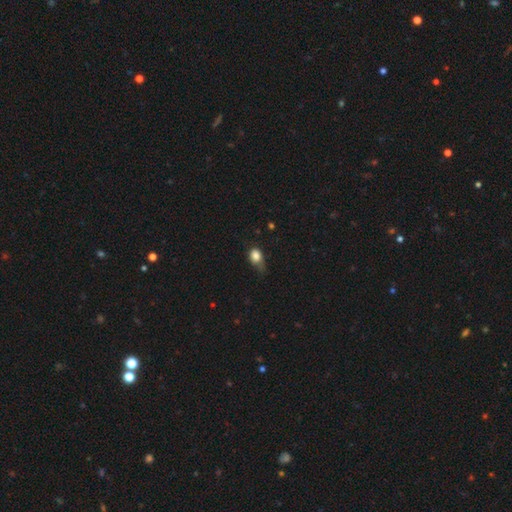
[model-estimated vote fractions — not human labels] Morphology: type=smooth (83%); roundness=in between (54%); merging=minor disturbance (44%).